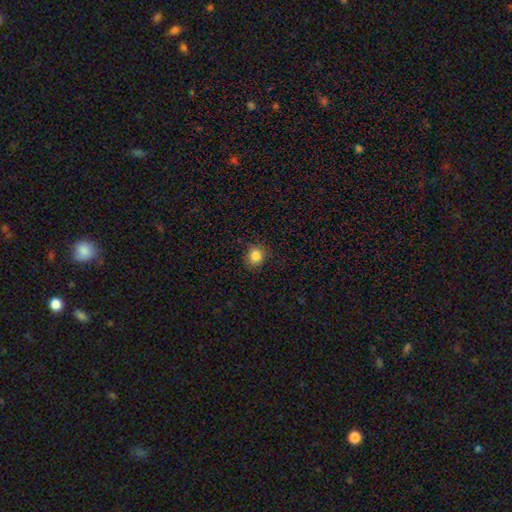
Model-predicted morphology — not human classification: smooth 83%, star or artifact 12%, featured or disk 5%. Down the decision tree: how rounded — round (83%); merging — none (86%).